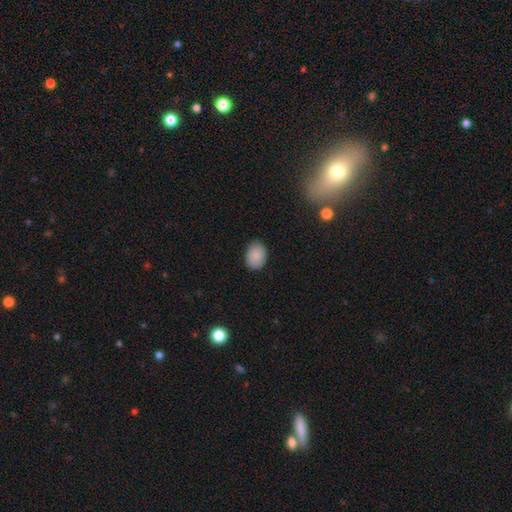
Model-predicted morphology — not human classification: This is clearly a smooth galaxy (87%). How rounded: likely in between (67%). Merging: clearly none (85%).